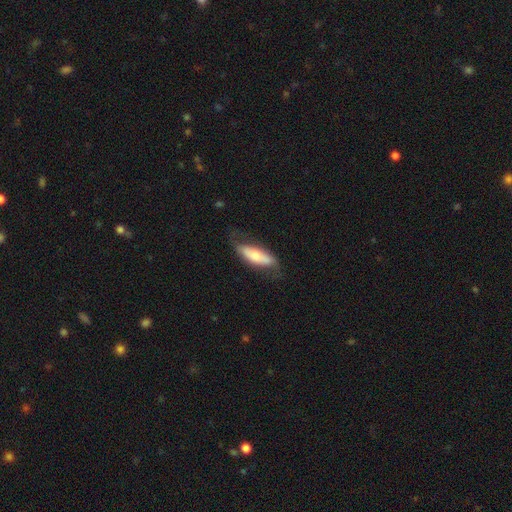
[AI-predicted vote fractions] The model was most divided on "how rounded": in between: 58%, cigar-shaped: 40%, round: 2%. More confident: merging — none (65%); smooth or featured — smooth (57%).